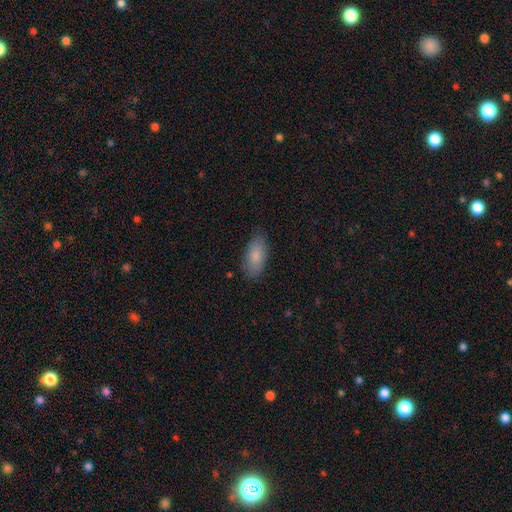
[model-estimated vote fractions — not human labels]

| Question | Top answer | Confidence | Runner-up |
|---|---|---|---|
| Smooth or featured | smooth | 83% | featured or disk (10%) |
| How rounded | in between | 85% | cigar-shaped (13%) |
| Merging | none | 83% | minor disturbance (13%) |